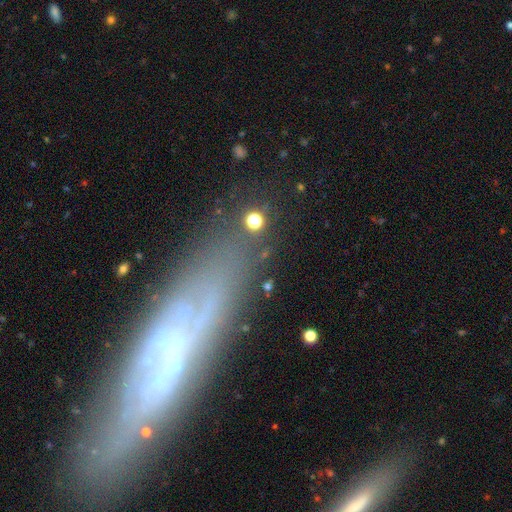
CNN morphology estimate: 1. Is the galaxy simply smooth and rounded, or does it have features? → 63% featured or disk, 25% smooth, 12% star or artifact.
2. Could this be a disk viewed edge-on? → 55% no, 45% yes.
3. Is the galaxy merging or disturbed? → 75% none, 15% minor disturbance, 6% major disturbance, 4% merger.